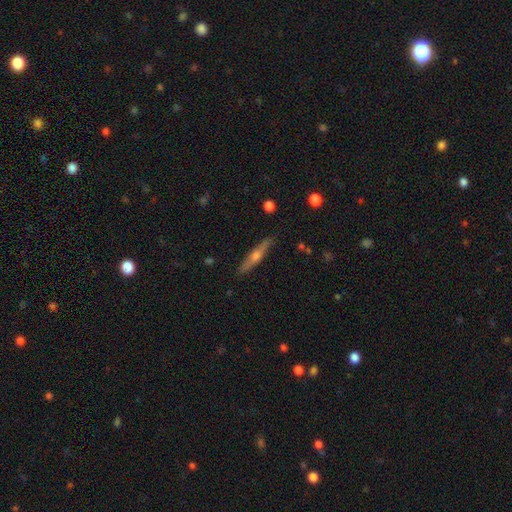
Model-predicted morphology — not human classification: A featured or disk galaxy (63%) viewed edge-on (96%) with a rounded central bulge (90%).

Vote fractions:
- Smooth or featured? featured or disk: 63% / smooth: 30% / star or artifact: 6%
- Edge-on disk? yes: 96% / no: 4%
- Edge-on bulge? rounded: 90% / none: 7% / boxy: 3%
- Merging? none: 88% / minor disturbance: 9% / major disturbance: 2% / merger: 1%